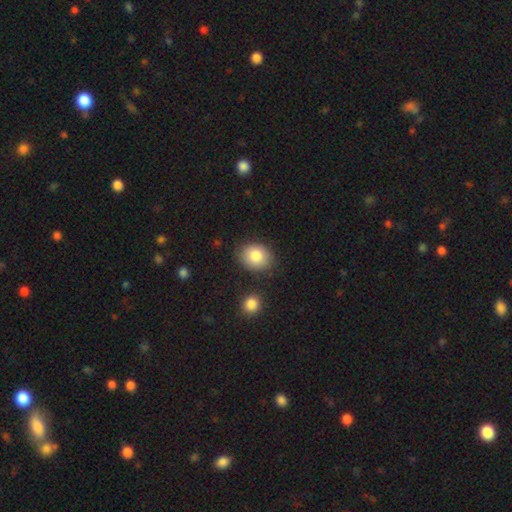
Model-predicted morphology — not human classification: Smooth or featured: smooth — 83% (featured or disk — 8%)
How rounded: round — 55% (in between — 44%)
Merging: none — 82% (minor disturbance — 11%)